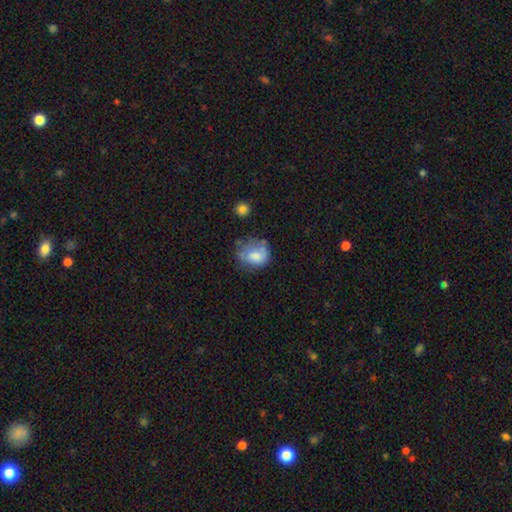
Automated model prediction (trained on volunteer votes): Smooth or featured?
  - smooth: 67% *
  - featured or disk: 23%
  - star or artifact: 10%
How rounded?
  - round: 52% *
  - in between: 47%
  - cigar-shaped: 1%
Merging?
  - none: 39% *
  - minor disturbance: 32%
  - major disturbance: 23%
  - merger: 7%